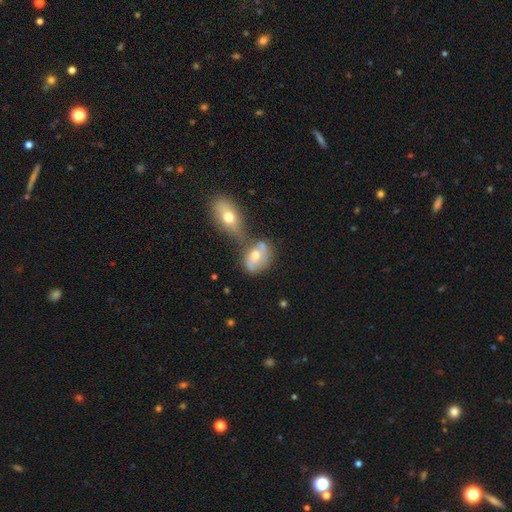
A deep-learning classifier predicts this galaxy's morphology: Q: Smooth or featured?
A: smooth (48%); runner-up: featured or disk (43%)
Q: Merging?
A: merger (42%); runner-up: none (33%)